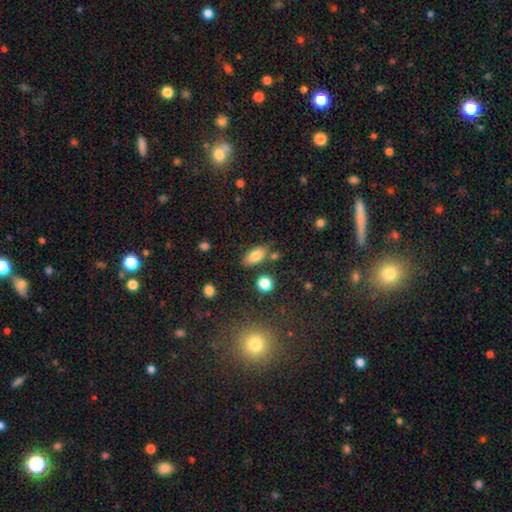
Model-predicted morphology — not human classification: This is clearly a smooth galaxy (81%). How rounded: clearly in between (87%). Merging: likely none (73%).